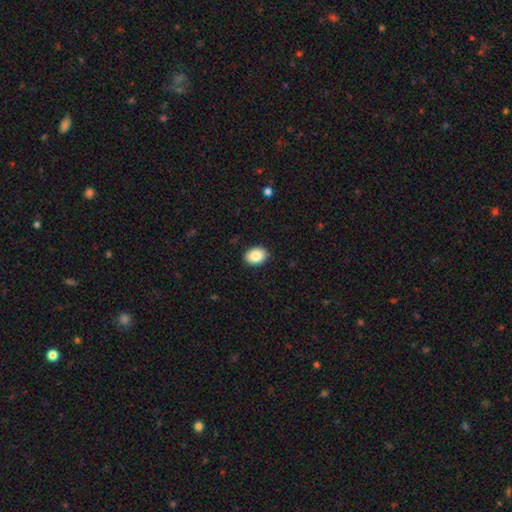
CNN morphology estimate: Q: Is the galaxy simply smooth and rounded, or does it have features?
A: smooth — 87%.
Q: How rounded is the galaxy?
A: in between — 69%.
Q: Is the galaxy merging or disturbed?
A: none — 90%.